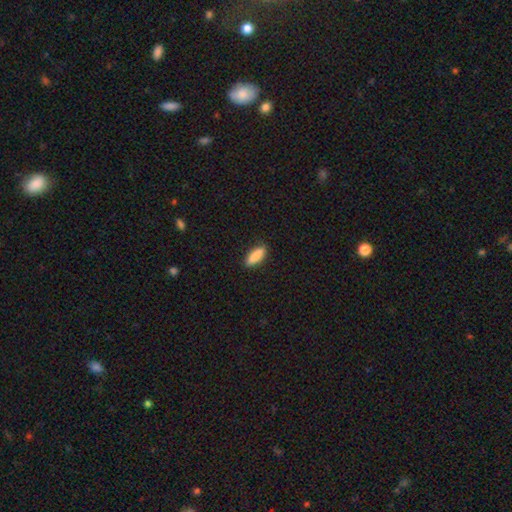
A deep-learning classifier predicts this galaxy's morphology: This appears to be a smooth galaxy with no disk features (89%) that is in between round and cigar-shaped (62%). Merging: none (88%).